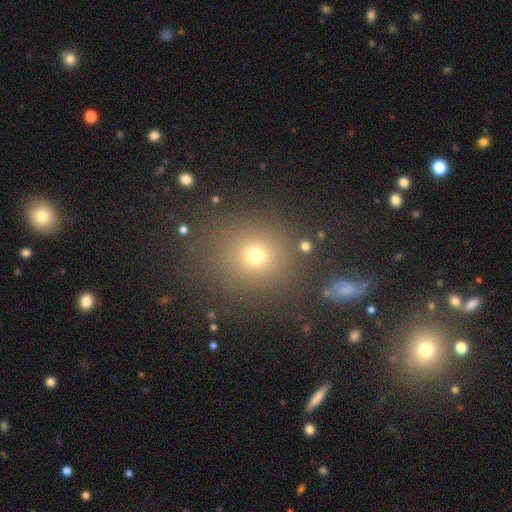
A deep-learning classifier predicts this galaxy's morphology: smooth 71%, star or artifact 21%, featured or disk 9%. Down the decision tree: how rounded — round (82%); merging — none (81%).